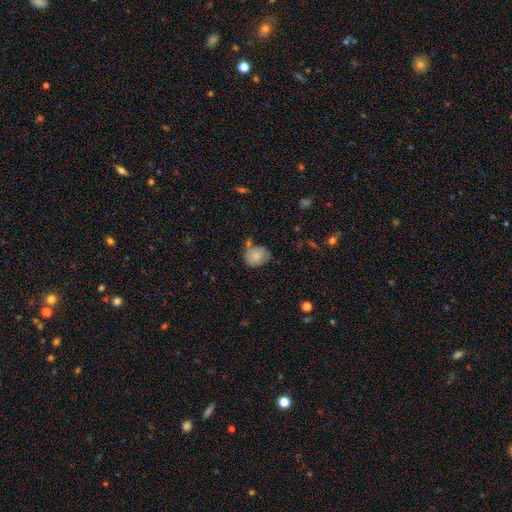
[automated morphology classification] smooth_or_featured: smooth (p=0.80) [alt: featured or disk p=0.12]
how_rounded: round (p=0.64) [alt: in between p=0.35]
merging: none (p=0.53) [alt: minor disturbance p=0.27]